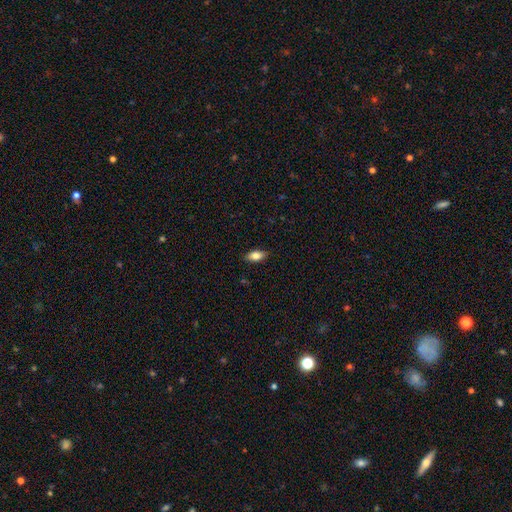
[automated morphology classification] smooth 80%, featured or disk 13%, star or artifact 7%. Down the decision tree: how rounded — in between (88%); merging — none (87%).